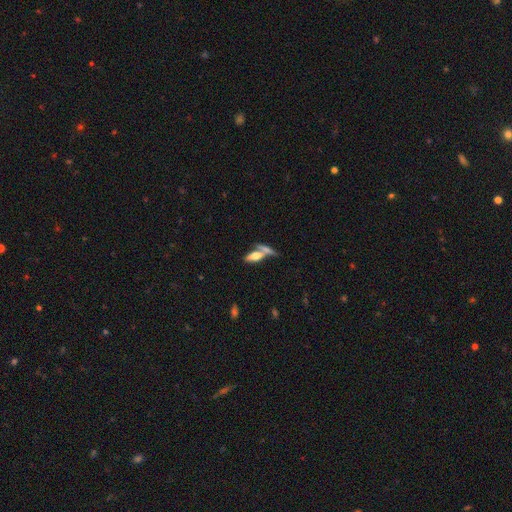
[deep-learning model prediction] A smooth galaxy with no disk features (59%) that is in between round and cigar-shaped (63%).

Vote fractions:
- Smooth or featured? smooth: 59% / featured or disk: 33% / star or artifact: 8%
- How rounded? in between: 63% / cigar-shaped: 34% / round: 3%
- Merging? none: 43% / merger: 41% / minor disturbance: 11% / major disturbance: 5%